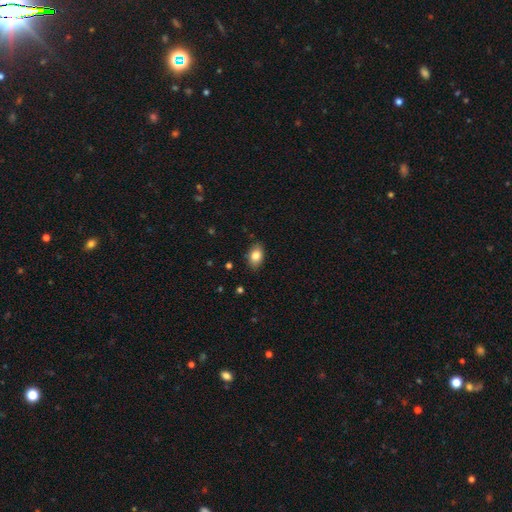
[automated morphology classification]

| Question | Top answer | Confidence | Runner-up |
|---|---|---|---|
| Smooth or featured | smooth | 83% | featured or disk (9%) |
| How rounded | in between | 84% | round (14%) |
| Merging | none | 85% | minor disturbance (12%) |